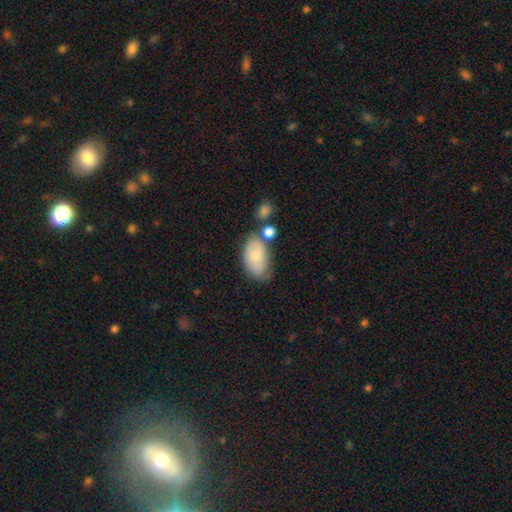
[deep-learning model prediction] smooth-or-featured: smooth: 71% | featured or disk: 23% | star or artifact: 7%
  how-rounded: in between: 92% | round: 6% | cigar-shaped: 2%
  merging: none: 50% | minor disturbance: 25% | merger: 17% | major disturbance: 8%